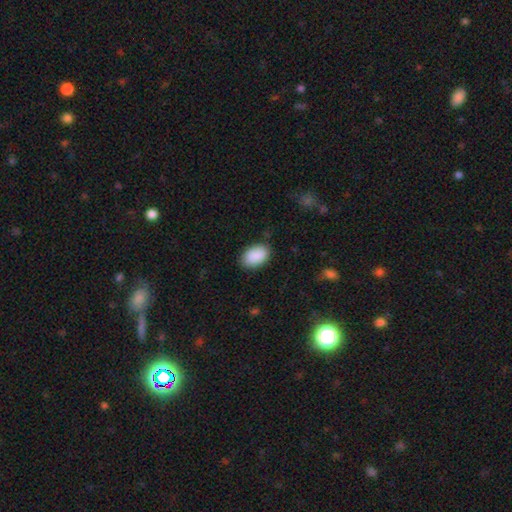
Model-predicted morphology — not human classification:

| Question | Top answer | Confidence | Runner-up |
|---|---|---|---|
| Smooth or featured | smooth | 91% | star or artifact (6%) |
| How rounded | in between | 90% | round (9%) |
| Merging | none | 85% | minor disturbance (11%) |